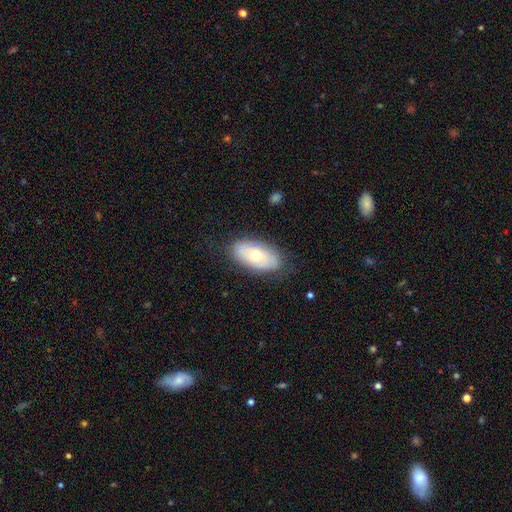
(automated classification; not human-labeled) The model was most divided on "smooth or featured" (2-way tie): smooth: 47%, featured or disk: 47%, star or artifact: 6%. More confident: merging — none (77%).